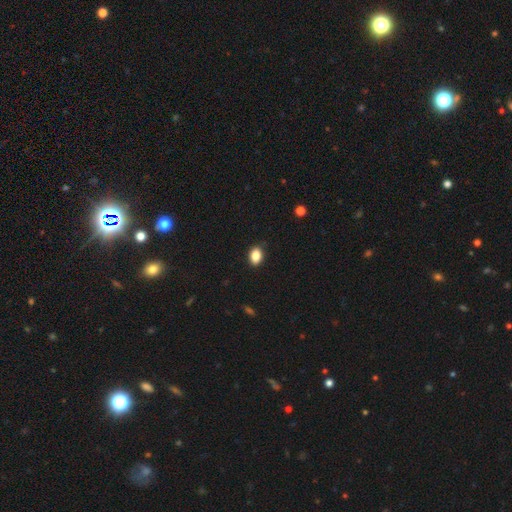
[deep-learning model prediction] smooth-or-featured: smooth: 86% | star or artifact: 9% | featured or disk: 5%
  how-rounded: in between: 79% | round: 19% | cigar-shaped: 1%
  merging: none: 87% | minor disturbance: 10% | major disturbance: 2% | merger: 1%